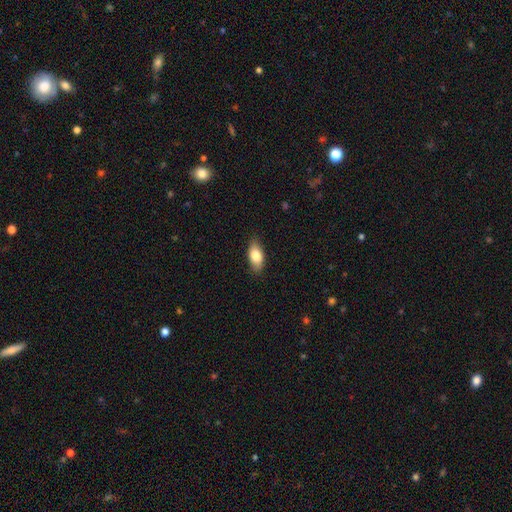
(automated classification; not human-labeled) smooth 82%, featured or disk 12%, star or artifact 7%. Down the decision tree: how rounded — in between (88%); merging — none (84%).